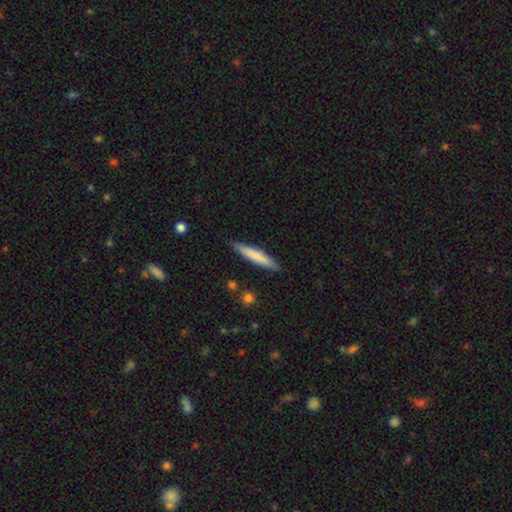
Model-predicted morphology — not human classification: Overall: smooth (73%). How rounded: cigar-shaped (93%). Merging: none (88%).